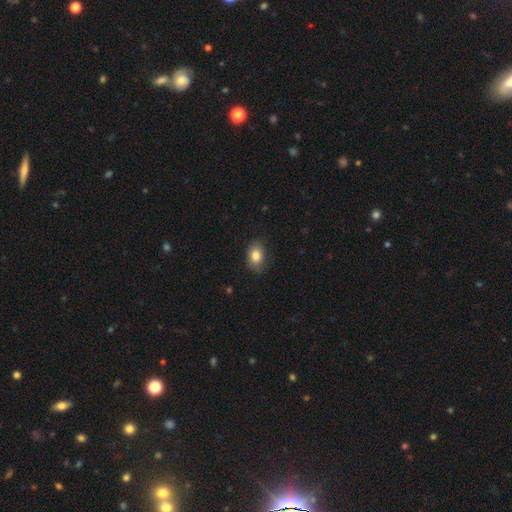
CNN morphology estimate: This appears to be a smooth galaxy with no disk features (83%) that is in between round and cigar-shaped (75%). Merging: none (75%).